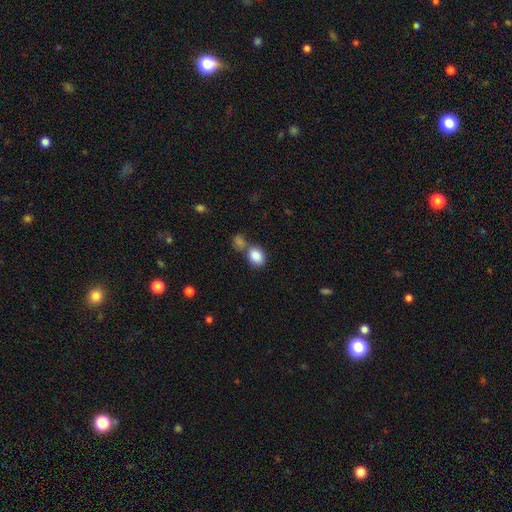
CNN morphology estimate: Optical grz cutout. It shows a smooth galaxy with no disk features (87%) that is in between round and cigar-shaped (66%). Merging: none (50%).